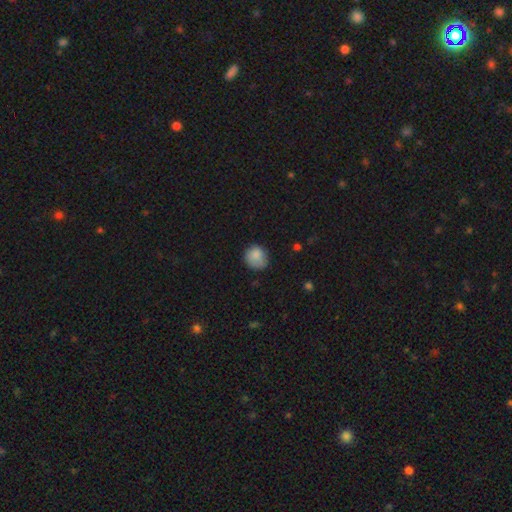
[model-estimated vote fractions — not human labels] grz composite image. It shows a smooth galaxy with no disk features (83%) that is round (79%). Merging: none (64%).